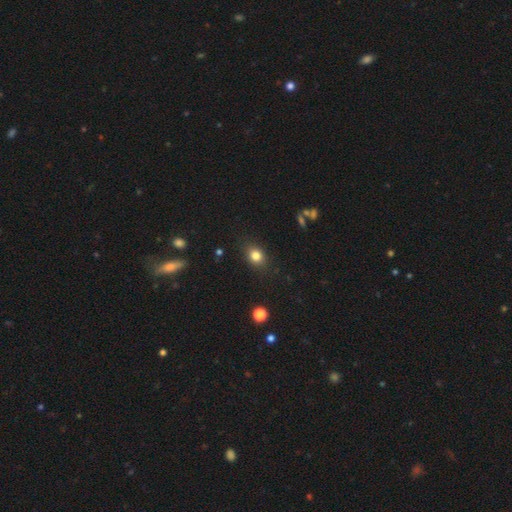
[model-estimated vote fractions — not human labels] smooth 81%, star or artifact 12%, featured or disk 7%. Down the decision tree: how rounded — round (50%); merging — none (84%).